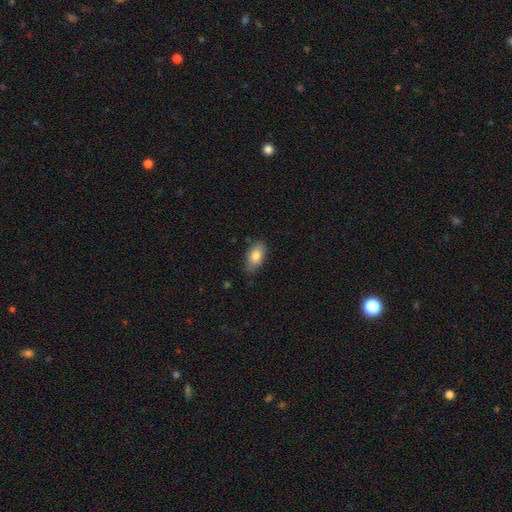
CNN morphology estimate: Smooth or featured?
  - smooth: 82% *
  - featured or disk: 10%
  - star or artifact: 7%
How rounded?
  - in between: 91% *
  - round: 6%
  - cigar-shaped: 3%
Merging?
  - none: 77% *
  - minor disturbance: 18%
  - major disturbance: 3%
  - merger: 1%